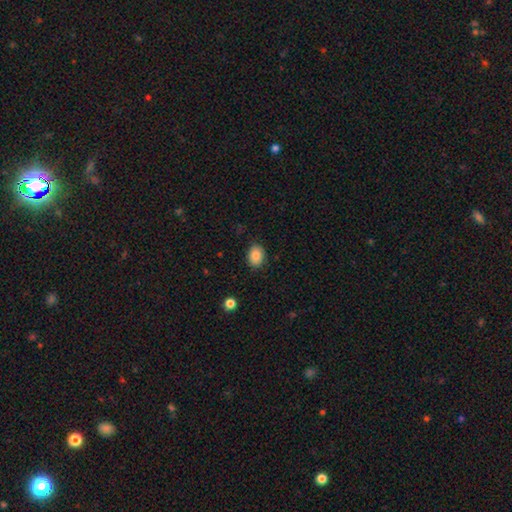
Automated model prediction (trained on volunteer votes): A smooth galaxy with no disk features (88%) that is in between round and cigar-shaped (66%). Merging: none (86%).